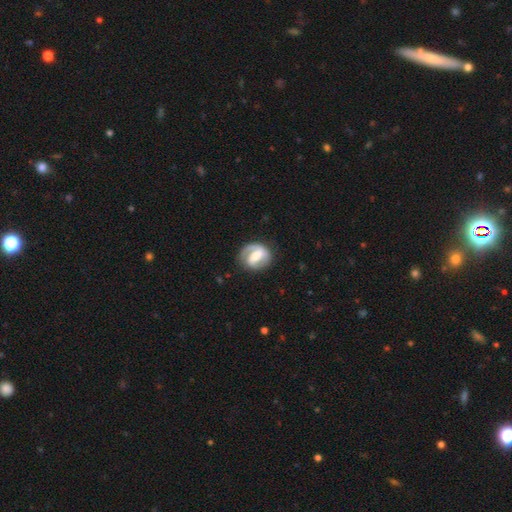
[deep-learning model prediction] Smooth or featured?
  - featured or disk: 80% *
  - smooth: 15%
  - star or artifact: 5%
Edge-on disk?
  - no: 98% *
  - yes: 2%
Bar?
  - weak: 42% * (tied)
  - strong: 42% * (tied)
  - no: 16%
Spiral arms?
  - yes: 92% *
  - no: 8%
Spiral winding?
  - medium: 42% *
  - tight: 40%
  - loose: 17%
Spiral arm count?
  - 2: 73% *
  - 1: 19%
  - can't tell: 5%
  - 3: 1%
  - 4: 1%
  - more than 4: 1%
Bulge size?
  - moderate: 55% *
  - small: 28%
  - large: 11%
  - none: 4%
  - dominant: 2%
Merging?
  - none: 78% *
  - minor disturbance: 14%
  - major disturbance: 7%
  - merger: 1%